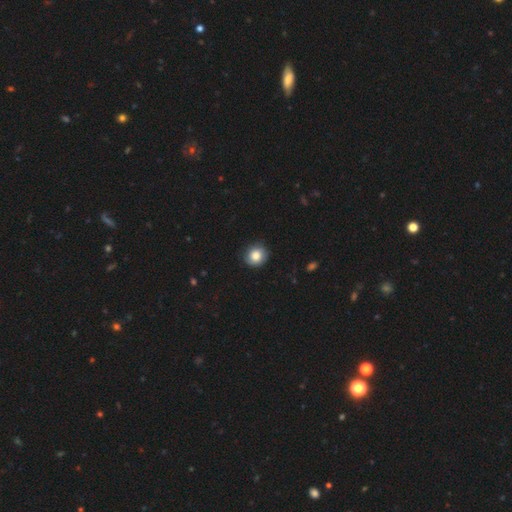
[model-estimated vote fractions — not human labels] smooth_or_featured: smooth (p=0.84) [alt: star or artifact p=0.09]
how_rounded: round (p=0.85) [alt: in between p=0.14]
merging: none (p=0.85) [alt: minor disturbance p=0.12]